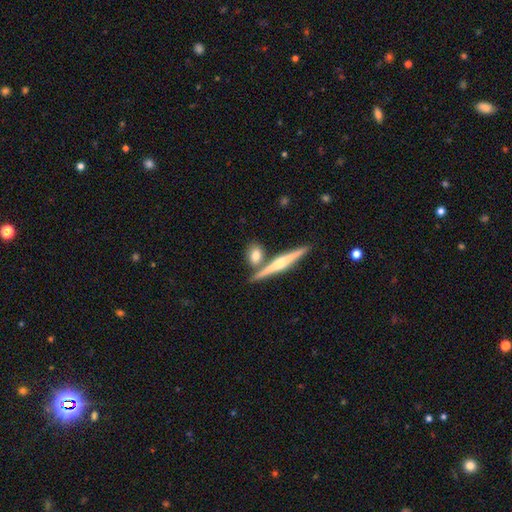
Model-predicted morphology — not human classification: smooth-or-featured: smooth: 64% | featured or disk: 29% | star or artifact: 7%
  how-rounded: in between: 46% | round: 28% | cigar-shaped: 26%
  merging: none: 67% | merger: 19% | minor disturbance: 11% | major disturbance: 3%